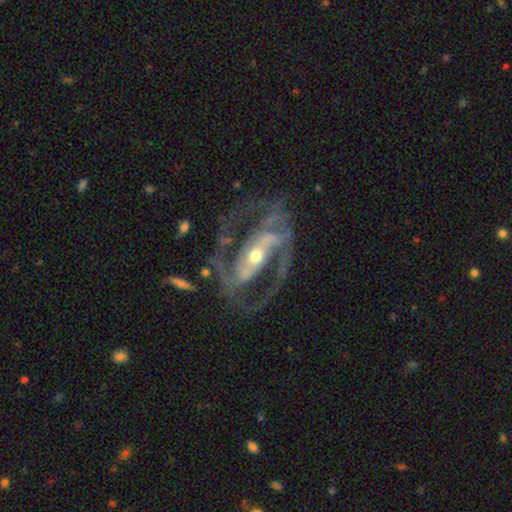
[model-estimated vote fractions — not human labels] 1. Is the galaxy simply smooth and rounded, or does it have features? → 92% featured or disk, 4% star or artifact, 4% smooth.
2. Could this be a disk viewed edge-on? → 96% no, 4% yes.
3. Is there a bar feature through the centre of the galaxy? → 60% strong, 26% weak, 14% no.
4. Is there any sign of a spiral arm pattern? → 97% yes, 3% no.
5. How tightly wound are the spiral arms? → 59% medium, 25% tight, 16% loose.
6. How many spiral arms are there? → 88% 2, 4% 3, 3% can't tell, 2% 1, 1% 4, 1% more than 4.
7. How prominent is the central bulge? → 59% moderate, 34% small, 5% large, 1% none, 1% dominant.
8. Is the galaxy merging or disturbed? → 69% none, 15% minor disturbance, 14% major disturbance, 3% merger.